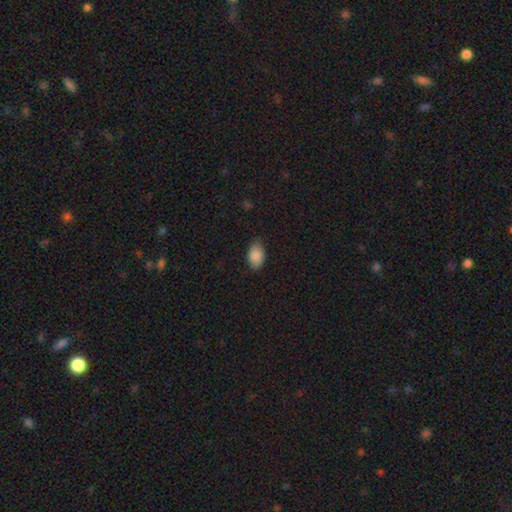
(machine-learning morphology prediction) Overall: smooth (87%). How rounded: in between (90%). Merging: none (78%).